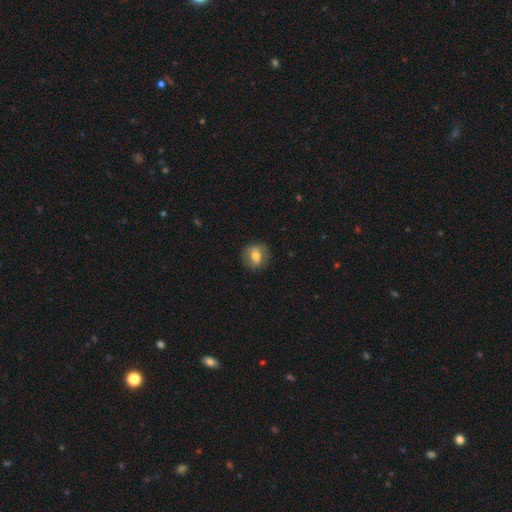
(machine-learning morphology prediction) A smooth galaxy with no disk features (61%) that is round (72%). Merging: none (78%).